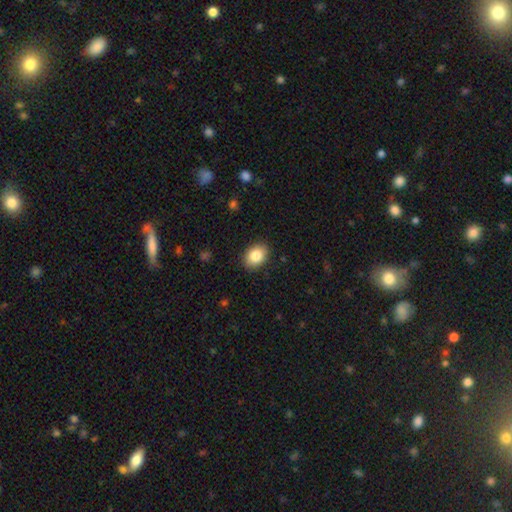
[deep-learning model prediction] A smooth galaxy with no disk features (85%) that is in between round and cigar-shaped (74%).

Vote fractions:
- Smooth or featured? smooth: 85% / star or artifact: 8% / featured or disk: 7%
- How rounded? in between: 74% / round: 25% / cigar-shaped: 1%
- Merging? none: 88% / minor disturbance: 9% / major disturbance: 2% / merger: 1%